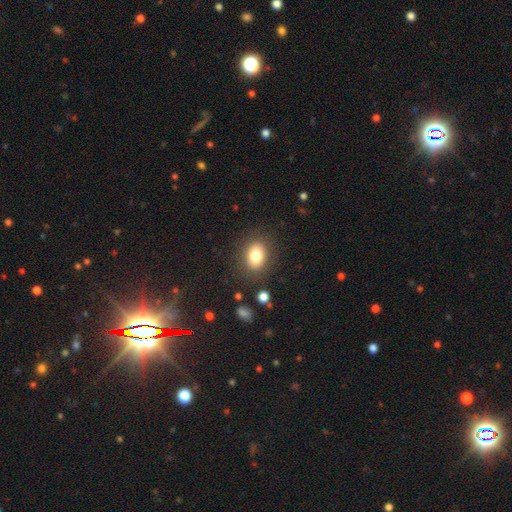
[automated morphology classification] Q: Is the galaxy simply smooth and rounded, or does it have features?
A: smooth — 80%.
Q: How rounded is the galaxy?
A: in between — 66%.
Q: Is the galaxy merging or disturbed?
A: none — 85%.